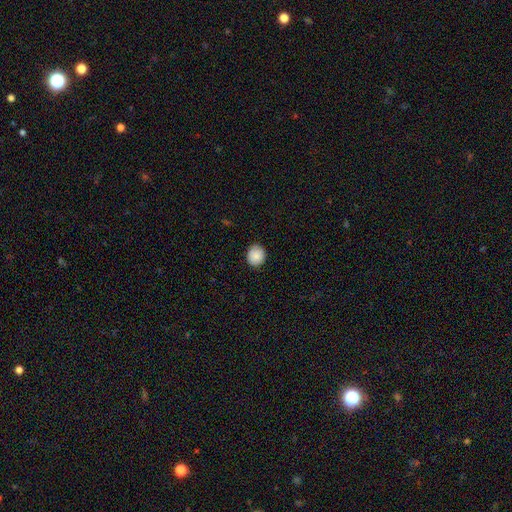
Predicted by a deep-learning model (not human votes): This appears to be a smooth galaxy with no disk features (88%) that is round (79%). Merging: none (89%).